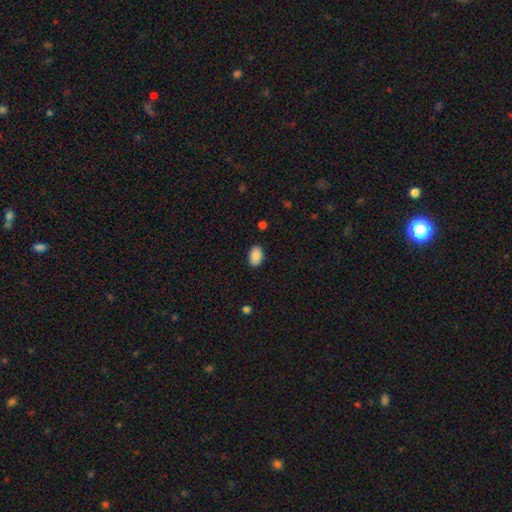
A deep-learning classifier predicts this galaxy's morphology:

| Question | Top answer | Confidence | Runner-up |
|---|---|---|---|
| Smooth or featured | smooth | 89% | star or artifact (7%) |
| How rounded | in between | 89% | round (10%) |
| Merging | none | 87% | minor disturbance (10%) |